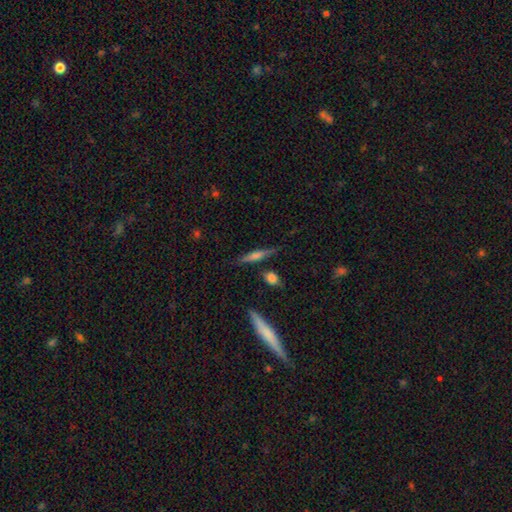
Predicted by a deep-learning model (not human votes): Morphology: type=featured or disk (51%); edge-on=yes (95%); merging=none (80%).